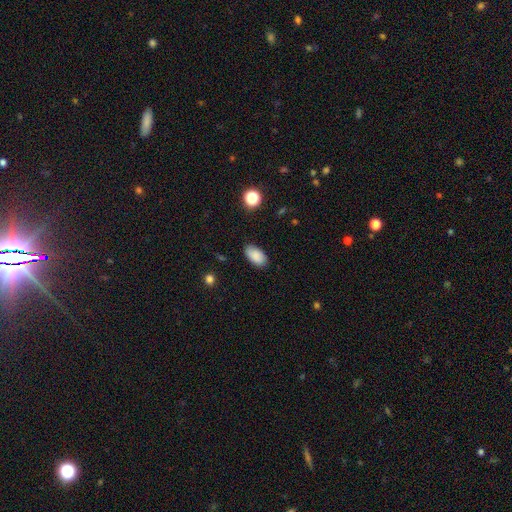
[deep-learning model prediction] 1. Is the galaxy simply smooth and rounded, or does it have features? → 88% smooth, 8% star or artifact, 5% featured or disk.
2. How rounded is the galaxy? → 94% in between, 4% round, 2% cigar-shaped.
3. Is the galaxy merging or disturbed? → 84% none, 12% minor disturbance, 3% major disturbance, 1% merger.